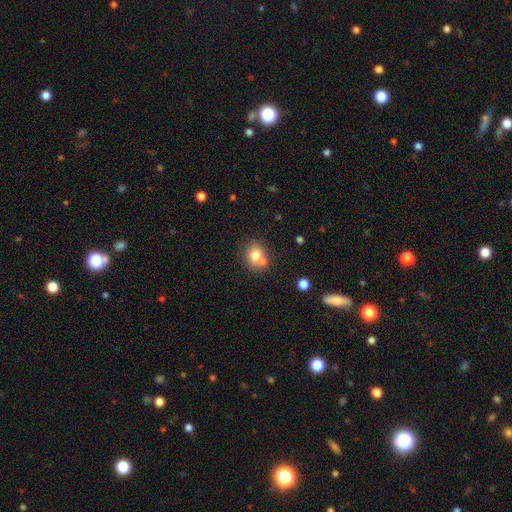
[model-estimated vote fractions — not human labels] Smooth or featured?
  - smooth: 75% *
  - featured or disk: 14%
  - star or artifact: 11%
How rounded?
  - round: 72% *
  - in between: 27%
  - cigar-shaped: 1%
Merging?
  - none: 59% *
  - merger: 28%
  - minor disturbance: 11%
  - major disturbance: 3%